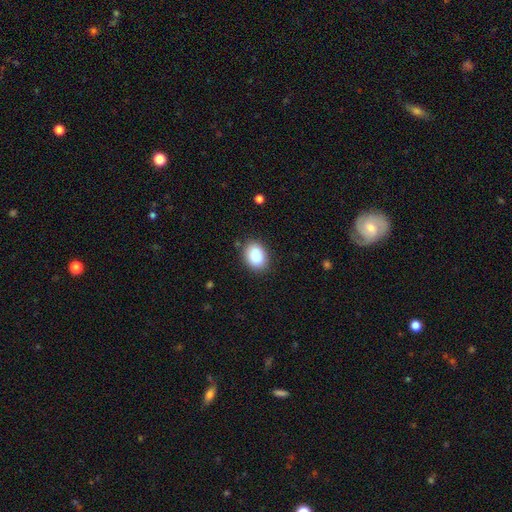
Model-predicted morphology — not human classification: smooth 88%, star or artifact 7%, featured or disk 4%. Down the decision tree: how rounded — in between (70%); merging — none (84%).